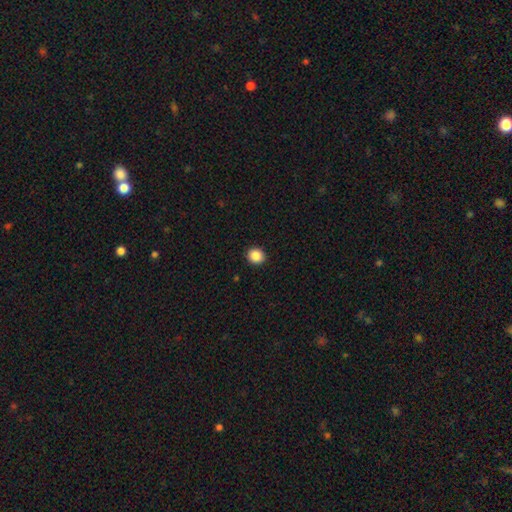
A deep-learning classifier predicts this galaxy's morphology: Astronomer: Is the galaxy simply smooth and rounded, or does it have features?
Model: smooth — 88%.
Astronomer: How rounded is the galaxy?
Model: round — 81%.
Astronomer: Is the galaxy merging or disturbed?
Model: none — 92%.